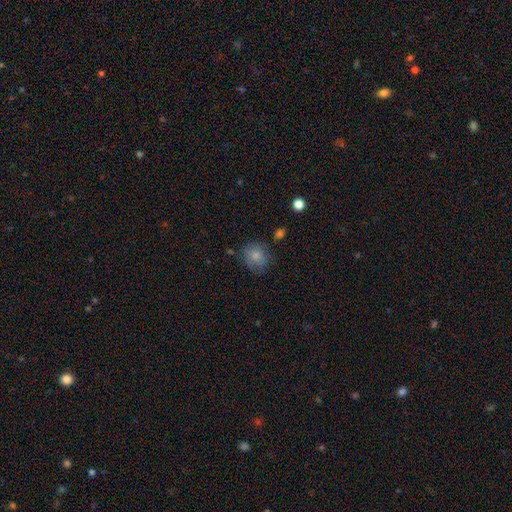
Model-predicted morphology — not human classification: This appears to be a smooth galaxy with no disk features (79%) that is round (70%). Merging: none (67%).